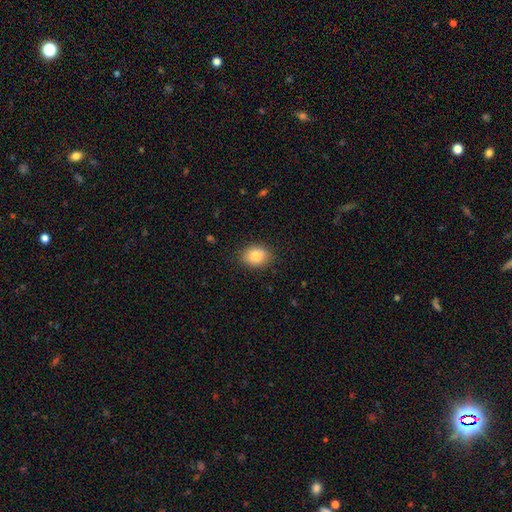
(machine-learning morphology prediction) A smooth galaxy with no disk features (82%) that is in between round and cigar-shaped (55%).

Vote fractions:
- Smooth or featured? smooth: 82% / featured or disk: 9% / star or artifact: 9%
- How rounded? in between: 55% / round: 44% / cigar-shaped: 1%
- Merging? none: 85% / minor disturbance: 11% / major disturbance: 3% / merger: 1%